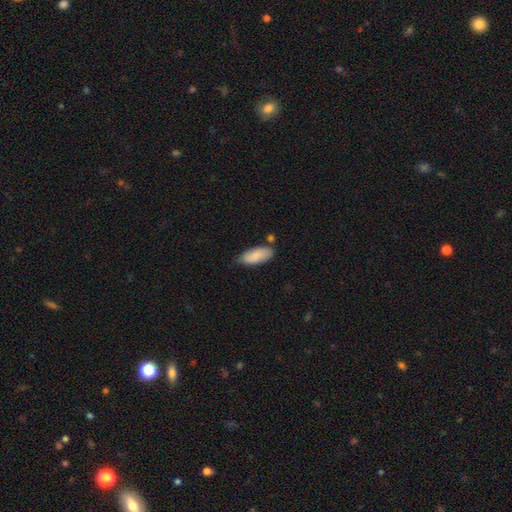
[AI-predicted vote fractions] The model was most divided on "merging": none: 69%, minor disturbance: 22%, merger: 6%, major disturbance: 4%. More confident: smooth or featured — smooth (85%); how rounded — in between (84%).